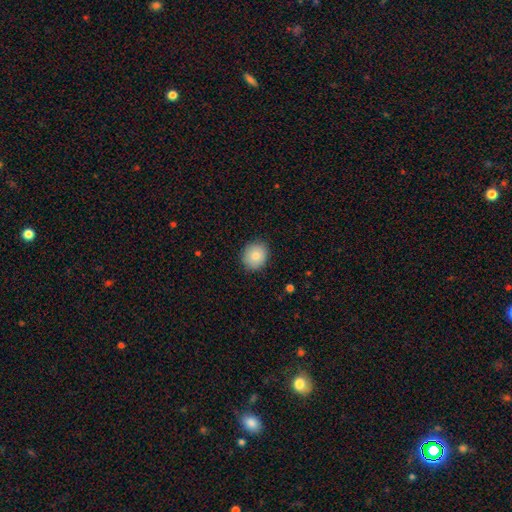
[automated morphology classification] smooth-or-featured: smooth: 83% | featured or disk: 8% | star or artifact: 8%
  how-rounded: round: 77% | in between: 23% | cigar-shaped: 1%
  merging: none: 87% | minor disturbance: 10% | major disturbance: 2% | merger: 1%